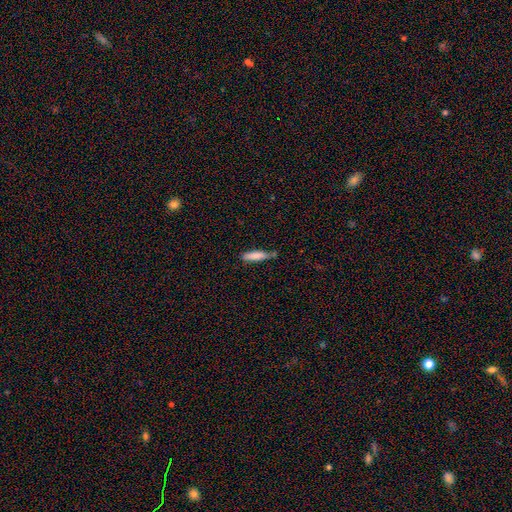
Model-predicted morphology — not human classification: type=smooth (81%); roundness=cigar-shaped (75%); merging=none (61%).